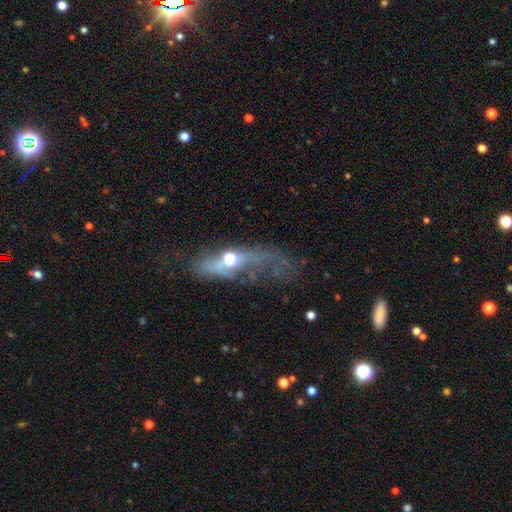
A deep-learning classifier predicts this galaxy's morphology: A featured or disk galaxy (56%).

Vote fractions:
- Smooth or featured? featured or disk: 56% / smooth: 31% / star or artifact: 13%
- Edge-on disk? no: 66% / yes: 34%
- Merging? major disturbance: 41% / none: 29% / minor disturbance: 20% / merger: 10%